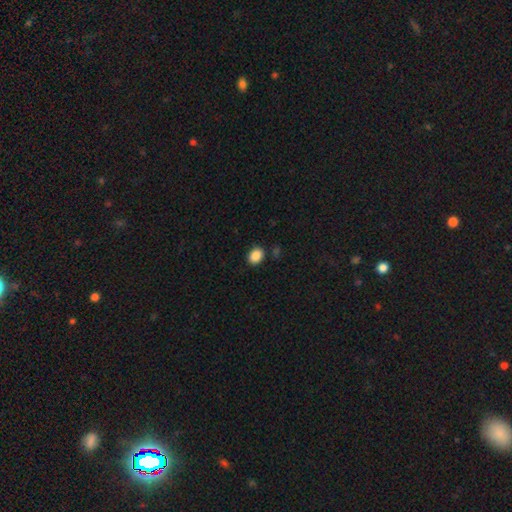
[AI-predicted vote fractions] Morphology: type=smooth (88%); roundness=in between (60%); merging=none (85%).